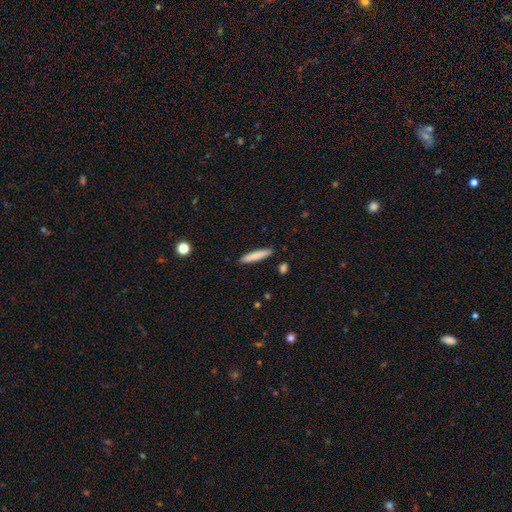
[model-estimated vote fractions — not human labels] This appears to be a smooth galaxy with no disk features (82%) that is cigar-shaped (90%). Merging: none (90%).